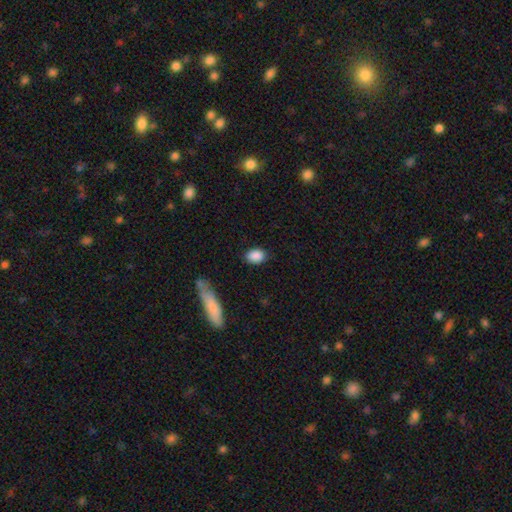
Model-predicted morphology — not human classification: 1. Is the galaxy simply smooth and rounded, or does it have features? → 88% smooth, 8% star or artifact, 4% featured or disk.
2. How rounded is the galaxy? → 76% in between, 22% round, 2% cigar-shaped.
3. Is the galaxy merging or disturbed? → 84% none, 12% minor disturbance, 3% major disturbance, 2% merger.